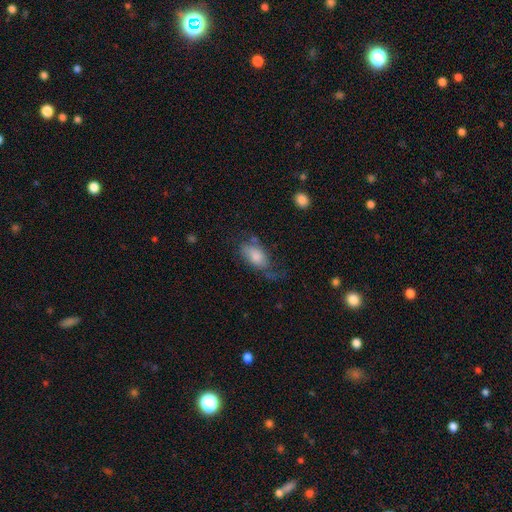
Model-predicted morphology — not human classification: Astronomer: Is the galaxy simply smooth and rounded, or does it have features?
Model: smooth — 60%.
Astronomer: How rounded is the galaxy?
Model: in between — 88%.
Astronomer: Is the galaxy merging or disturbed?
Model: none — 44% (runner-up: minor disturbance, 28%).